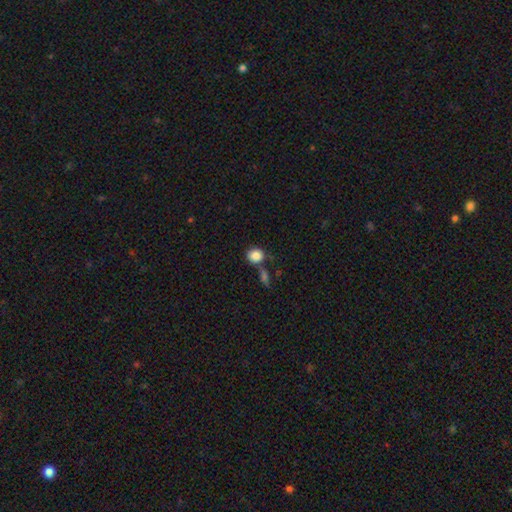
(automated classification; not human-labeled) Overall: smooth (86%). How rounded: round (77%). Merging: none (61%).